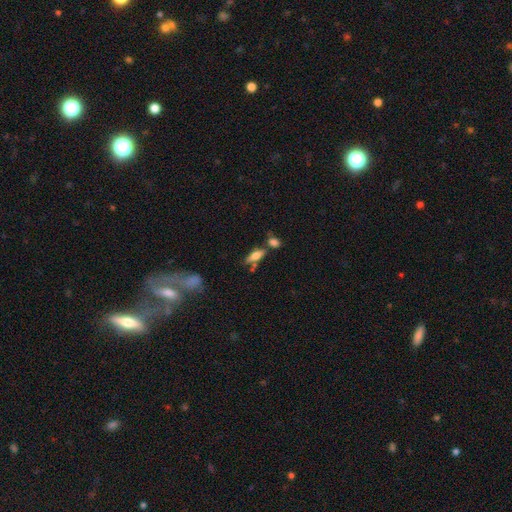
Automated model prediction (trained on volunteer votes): The model was most divided on "smooth or featured": smooth: 56%, featured or disk: 35%, star or artifact: 9%. More confident: how rounded — in between (61%); merging — none (55%).